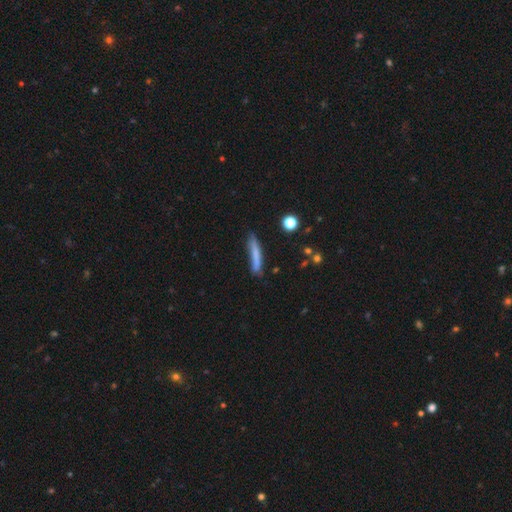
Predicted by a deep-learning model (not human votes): A smooth galaxy with no disk features (72%) that is cigar-shaped (93%).

Vote fractions:
- Smooth or featured? smooth: 72% / featured or disk: 21% / star or artifact: 8%
- How rounded? cigar-shaped: 93% / in between: 6% / round: 2%
- Merging? none: 71% / minor disturbance: 20% / major disturbance: 5% / merger: 4%